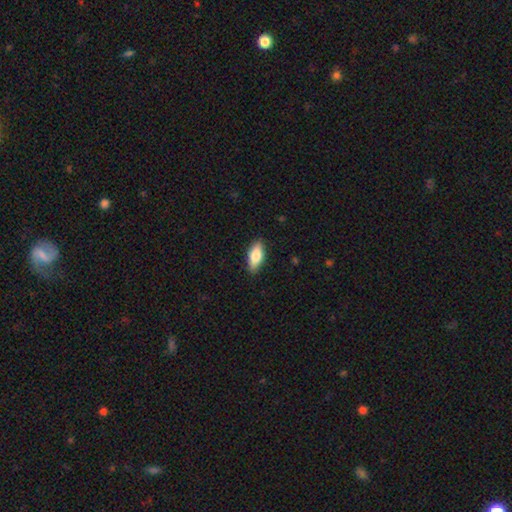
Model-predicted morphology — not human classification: Smooth or featured?
  - smooth: 75% *
  - featured or disk: 18%
  - star or artifact: 6%
How rounded?
  - in between: 81% *
  - cigar-shaped: 16%
  - round: 3%
Merging?
  - none: 88% *
  - minor disturbance: 9%
  - major disturbance: 2%
  - merger: 1%